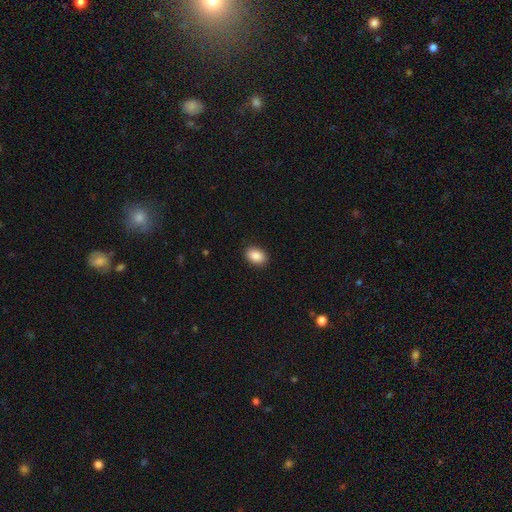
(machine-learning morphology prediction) Smooth or featured? smooth (88%)
How rounded? in between (79%)
Merging? none (90%)